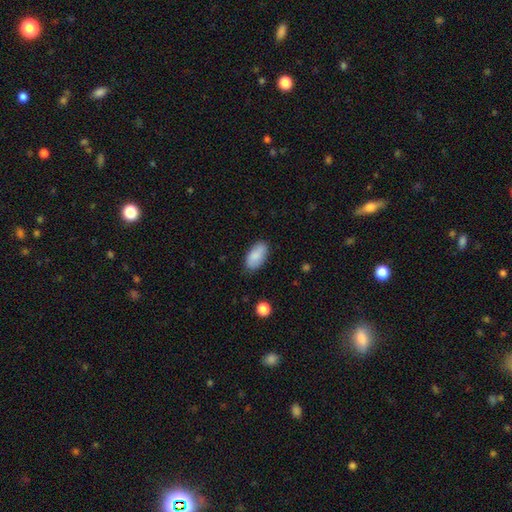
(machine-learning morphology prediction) smooth-or-featured: smooth: 87% | star or artifact: 6% | featured or disk: 6%
  how-rounded: in between: 93% | cigar-shaped: 4% | round: 2%
  merging: none: 83% | minor disturbance: 13% | major disturbance: 3% | merger: 1%